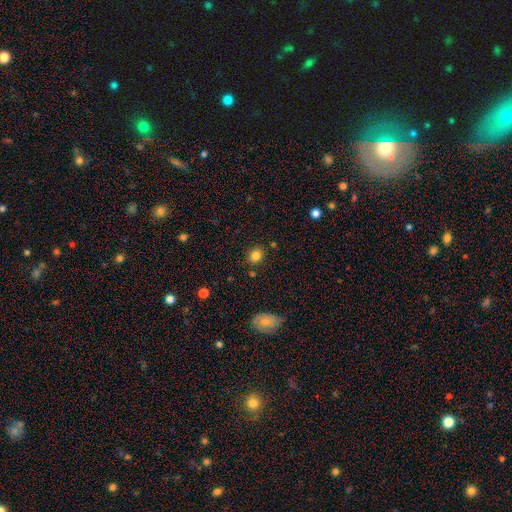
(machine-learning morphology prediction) The model was most divided on "how rounded": round: 74%, in between: 25%, cigar-shaped: 1%. More confident: merging — none (85%); smooth or featured — smooth (83%).